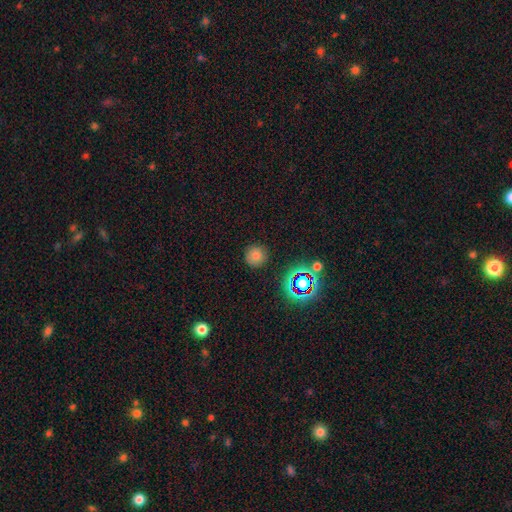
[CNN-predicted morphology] A smooth galaxy with no disk features (74%) that is round (95%). Merging: none (89%).